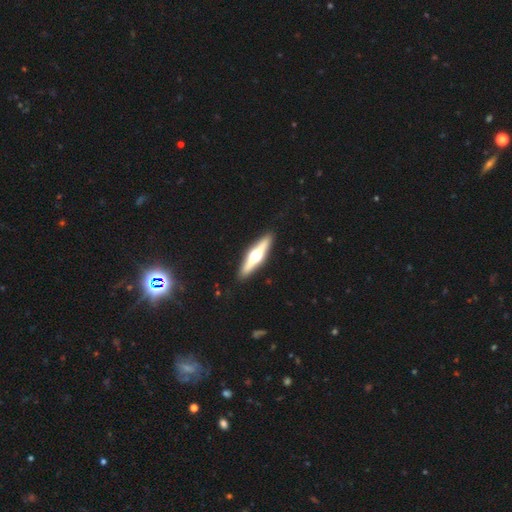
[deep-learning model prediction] Q: Smooth or featured?
A: featured or disk (67%); runner-up: smooth (28%)
Q: Edge-on disk?
A: yes (96%); runner-up: no (4%)
Q: Edge-on bulge?
A: rounded (95%); runner-up: boxy (3%)
Q: Merging?
A: none (91%); runner-up: minor disturbance (6%)